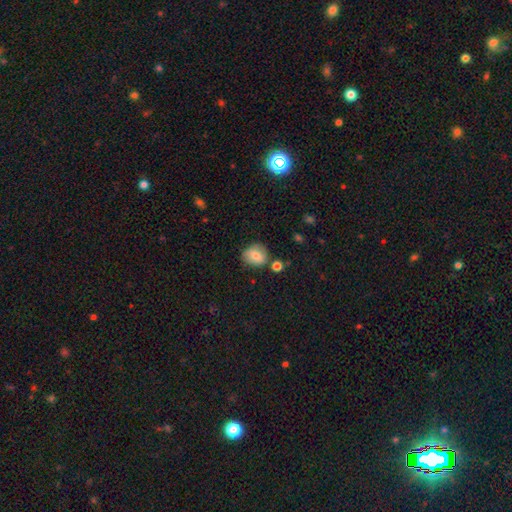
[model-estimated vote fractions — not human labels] smooth_or_featured: smooth (p=0.77) [alt: featured or disk p=0.14]
how_rounded: round (p=0.71) [alt: in between p=0.28]
merging: none (p=0.66) [alt: minor disturbance p=0.21]